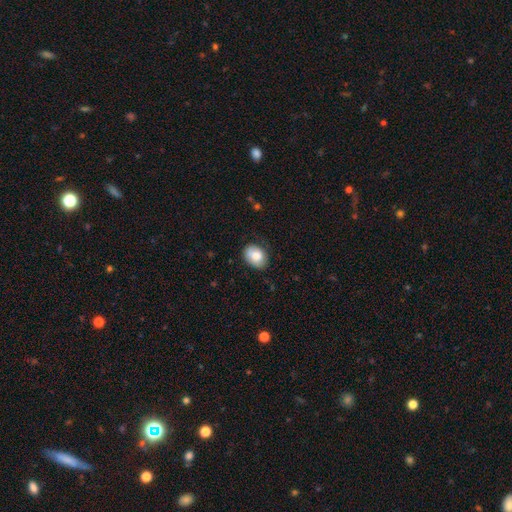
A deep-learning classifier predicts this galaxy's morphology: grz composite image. It shows a smooth galaxy with no disk features (80%) that is in between round and cigar-shaped (68%). Merging: none (73%).